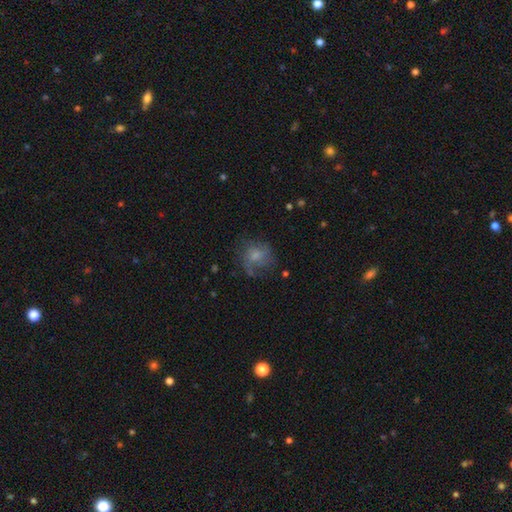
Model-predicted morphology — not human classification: smooth_or_featured: smooth (p=0.59) [alt: featured or disk p=0.30]
how_rounded: round (p=0.70) [alt: in between p=0.29]
merging: none (p=0.51) [alt: minor disturbance p=0.24]